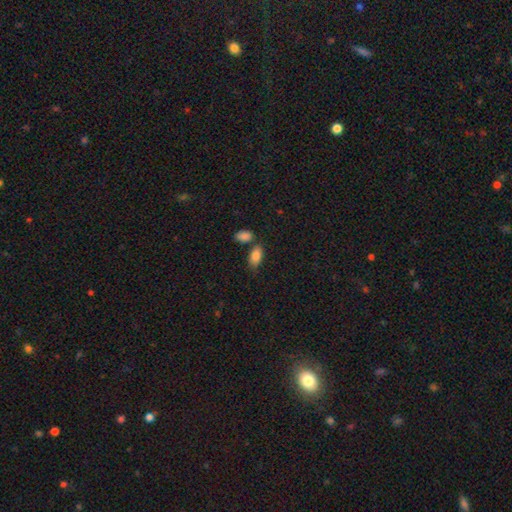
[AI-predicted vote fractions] Q: Smooth or featured?
A: smooth (86%); runner-up: star or artifact (7%)
Q: How rounded?
A: in between (92%); runner-up: cigar-shaped (4%)
Q: Merging?
A: none (63%); runner-up: merger (19%)